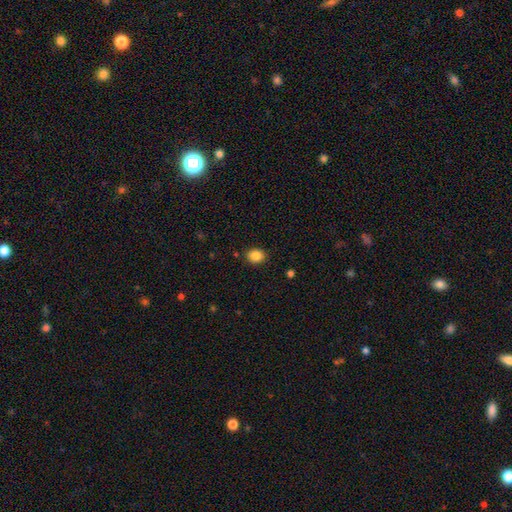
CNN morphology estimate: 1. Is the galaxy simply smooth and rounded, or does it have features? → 86% smooth, 10% star or artifact, 4% featured or disk.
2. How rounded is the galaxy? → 59% round, 40% in between, 1% cigar-shaped.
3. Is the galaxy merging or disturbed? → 87% none, 9% minor disturbance, 2% major disturbance, 2% merger.